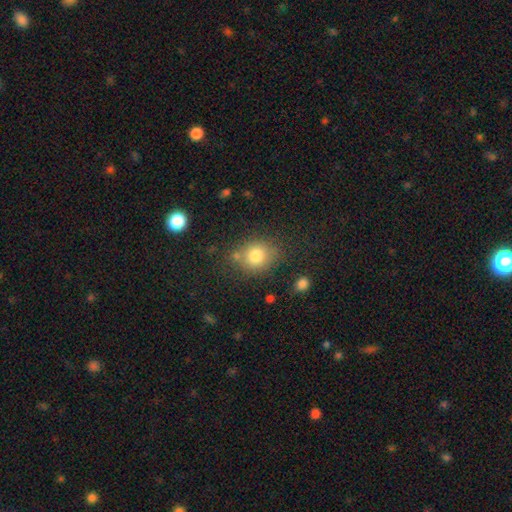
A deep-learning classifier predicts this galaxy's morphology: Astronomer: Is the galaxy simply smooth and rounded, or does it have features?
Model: smooth — 80%.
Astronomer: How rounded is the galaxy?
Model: round — 62%.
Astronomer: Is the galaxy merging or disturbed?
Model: none — 71%.